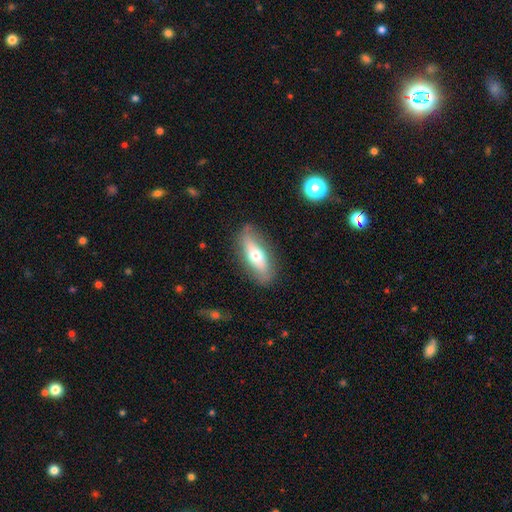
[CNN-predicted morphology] smooth_or_featured: smooth (p=0.57) [alt: featured or disk p=0.36]
how_rounded: in between (p=0.62) [alt: cigar-shaped p=0.35]
merging: none (p=0.82) [alt: minor disturbance p=0.13]